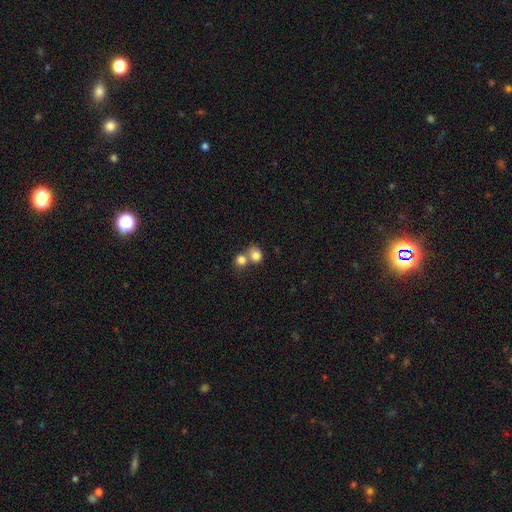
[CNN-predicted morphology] Smooth or featured? Predicted: smooth (p=0.81). How rounded? Predicted: round (p=0.74). Merging? Predicted: merger (p=0.54).